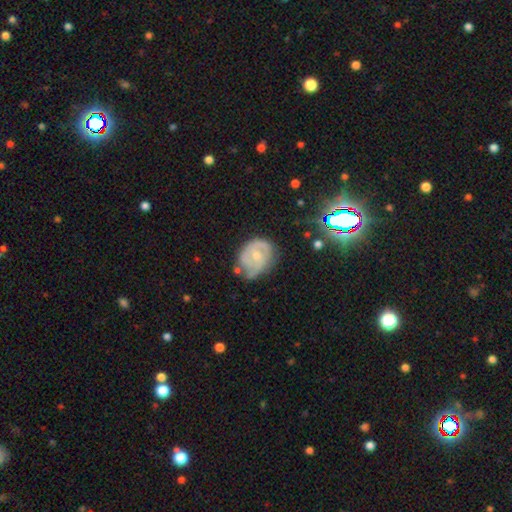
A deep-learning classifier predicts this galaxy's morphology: Smooth or featured: featured or disk — 70% (smooth — 22%)
Edge-on disk: no — 97% (yes — 3%)
Bar: no — 66% (weak — 29%)
Spiral arms: yes — 84% (no — 16%)
Spiral winding: tight — 49% (medium — 38%)
Spiral arm count: 2 — 49% (can't tell — 26%)
Bulge size: small — 58% (moderate — 37%)
Merging: none — 51% (minor disturbance — 33%)